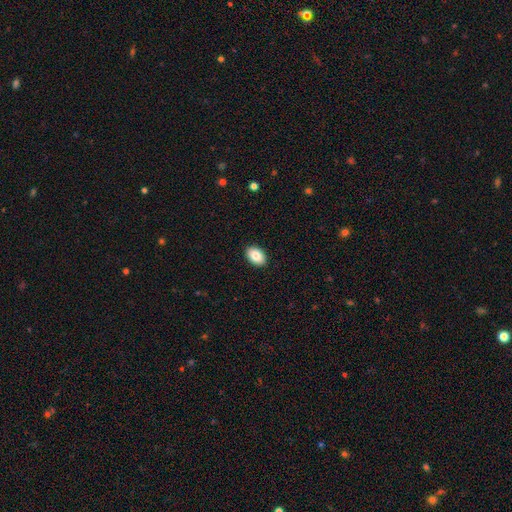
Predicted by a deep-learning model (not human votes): Smooth or featured: smooth — 85% (featured or disk — 8%)
How rounded: in between — 88% (round — 11%)
Merging: none — 91% (minor disturbance — 7%)